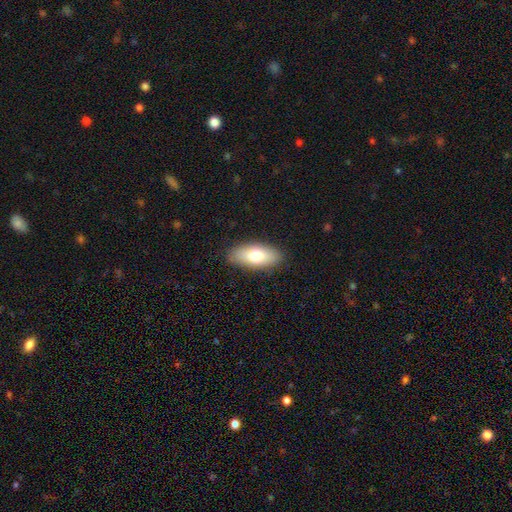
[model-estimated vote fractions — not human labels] A smooth galaxy with no disk features (73%) that is in between round and cigar-shaped (85%). Merging: none (87%).